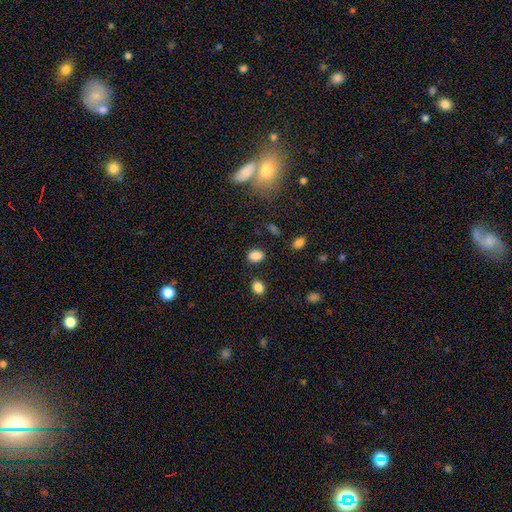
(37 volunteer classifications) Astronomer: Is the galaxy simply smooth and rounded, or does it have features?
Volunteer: smooth — 92%.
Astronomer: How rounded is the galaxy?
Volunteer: in between — 82%.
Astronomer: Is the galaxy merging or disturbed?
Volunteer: none — 81%.